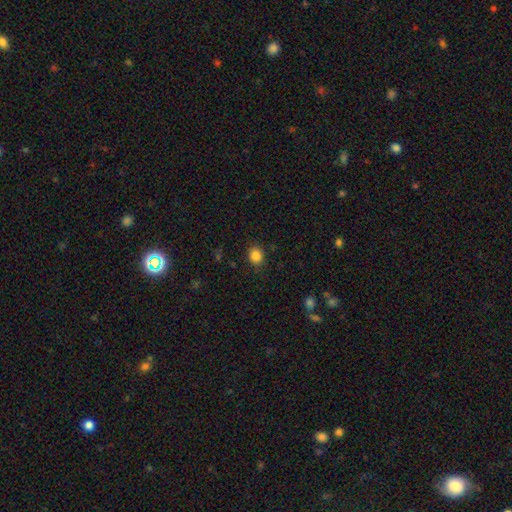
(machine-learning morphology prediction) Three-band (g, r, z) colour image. It shows a smooth galaxy with no disk features (85%) that is round (71%). Merging: none (88%).